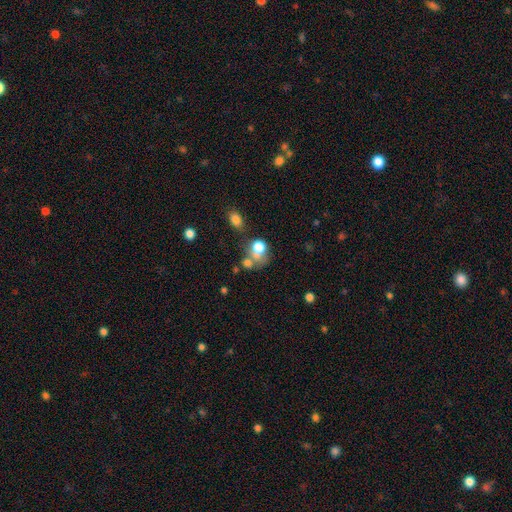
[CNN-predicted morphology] Overall: smooth (61%). How rounded: round (62%; in between 37%). Merging: merger (39%; none 38%).